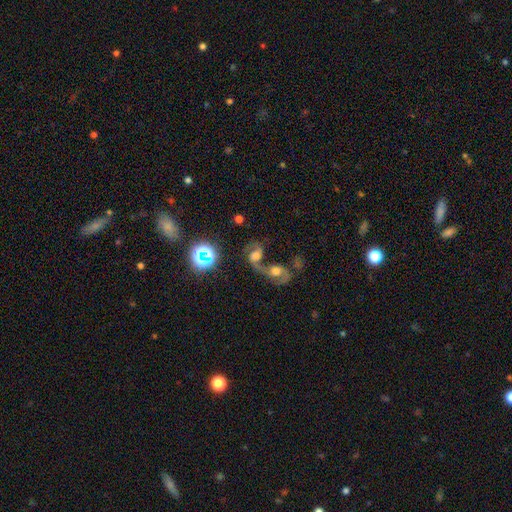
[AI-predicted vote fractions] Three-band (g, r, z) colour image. It shows a featured or disk galaxy (58%) with no bar (58%), spiral arms (82%) and a moderate central bulge (48%). Merging: merger (77%).